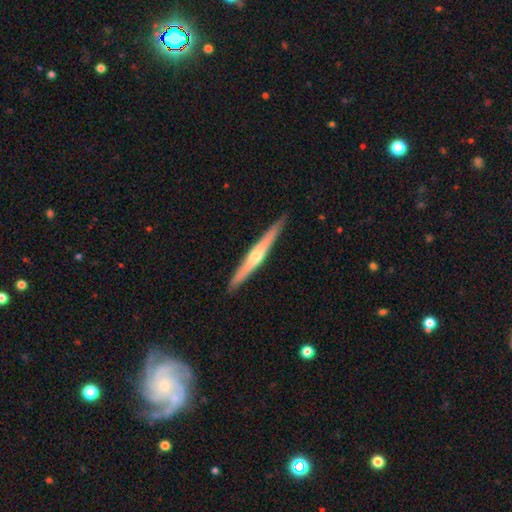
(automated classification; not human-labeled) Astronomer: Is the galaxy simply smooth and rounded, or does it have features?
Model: featured or disk — 65%.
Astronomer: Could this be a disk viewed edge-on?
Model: yes — 97%.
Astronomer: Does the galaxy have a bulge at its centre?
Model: rounded — 76%.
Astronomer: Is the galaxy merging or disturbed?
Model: none — 90%.